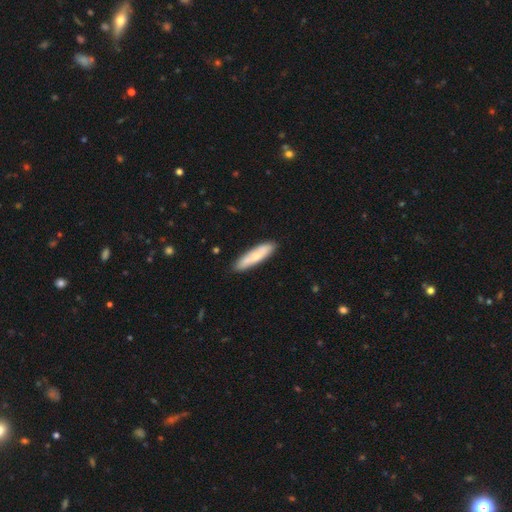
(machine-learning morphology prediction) Smooth or featured?
  - smooth: 70% *
  - featured or disk: 24%
  - star or artifact: 6%
How rounded?
  - cigar-shaped: 78% *
  - in between: 20%
  - round: 1%
Merging?
  - none: 85% *
  - minor disturbance: 11%
  - merger: 2%
  - major disturbance: 2%